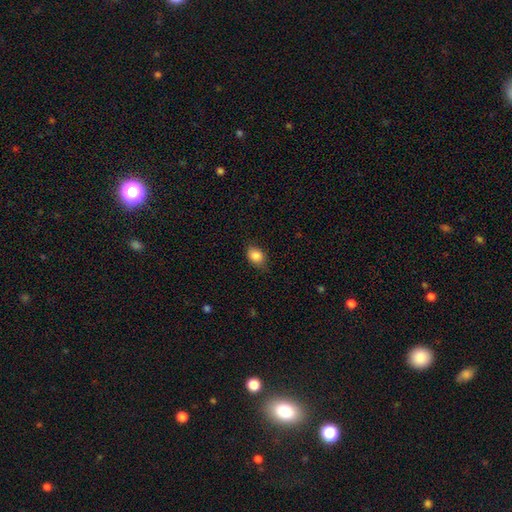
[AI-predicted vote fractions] Smooth or featured: smooth — 86% (star or artifact — 9%)
How rounded: in between — 70% (round — 29%)
Merging: none — 76% (minor disturbance — 19%)